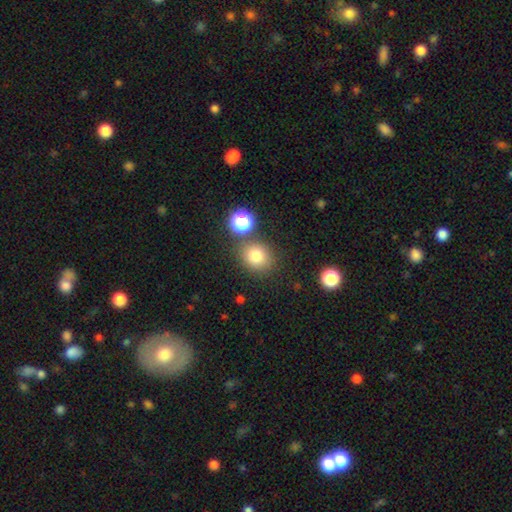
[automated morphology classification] Q: Smooth or featured?
A: smooth (78%); runner-up: star or artifact (14%)
Q: How rounded?
A: round (77%); runner-up: in between (22%)
Q: Merging?
A: none (77%); runner-up: minor disturbance (10%)